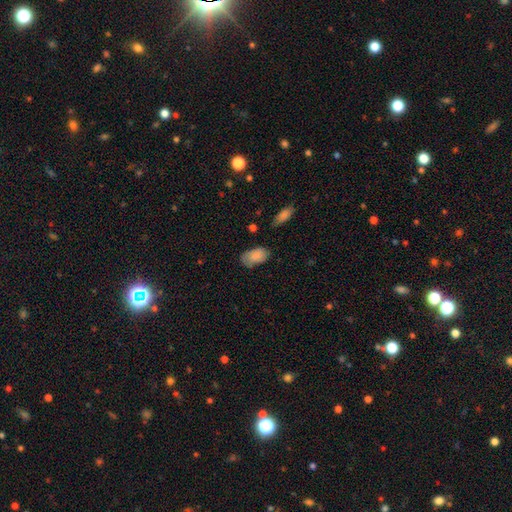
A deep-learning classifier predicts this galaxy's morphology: Smooth or featured: smooth — 84% (featured or disk — 9%)
How rounded: in between — 93% (round — 6%)
Merging: none — 64% (minor disturbance — 27%)